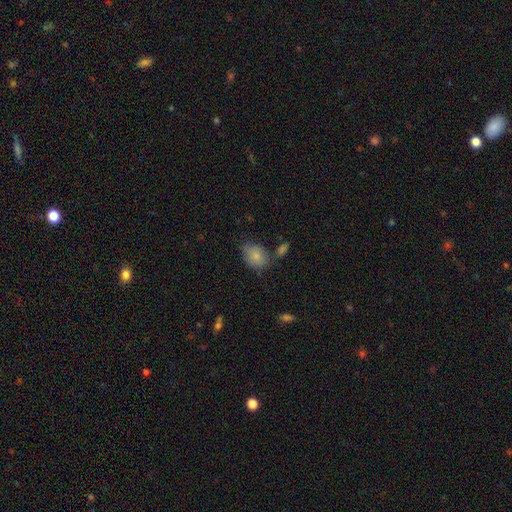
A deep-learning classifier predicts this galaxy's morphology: This is clearly a smooth galaxy (82%). How rounded: likely in between (64%). Merging: possibly none (58%).